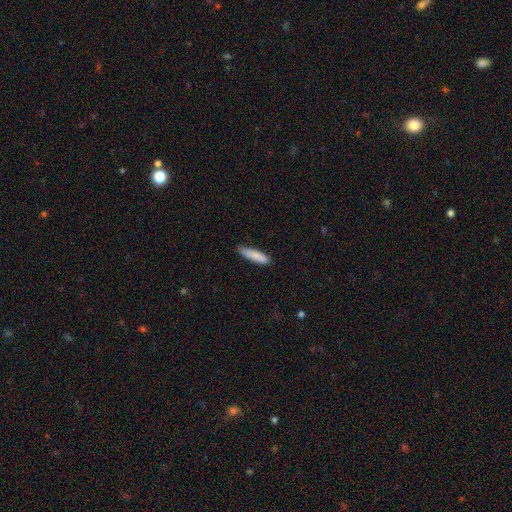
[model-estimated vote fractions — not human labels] smooth-or-featured: smooth: 85% | featured or disk: 9% | star or artifact: 6%
  how-rounded: cigar-shaped: 76% | in between: 23% | round: 1%
  merging: none: 80% | minor disturbance: 16% | major disturbance: 2% | merger: 1%